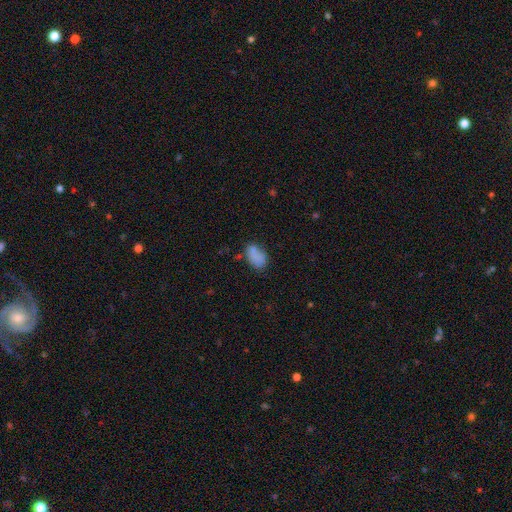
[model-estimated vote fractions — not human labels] Overall: smooth (80%). How rounded: in between (90%). Merging: none (54%; minor disturbance 24%).